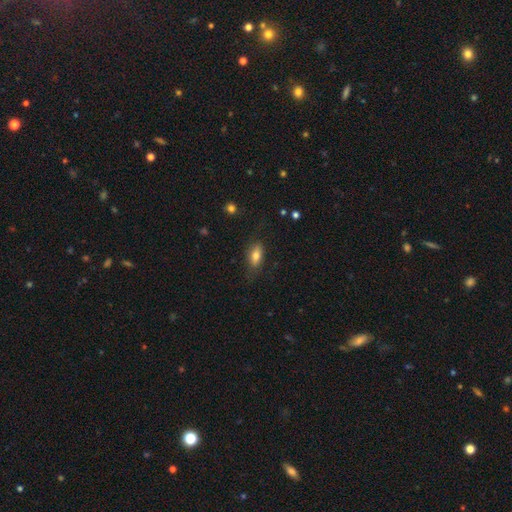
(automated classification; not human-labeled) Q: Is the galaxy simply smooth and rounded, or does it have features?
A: smooth — 74%.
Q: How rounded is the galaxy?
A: in between — 84%.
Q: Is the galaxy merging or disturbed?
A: none — 73%.